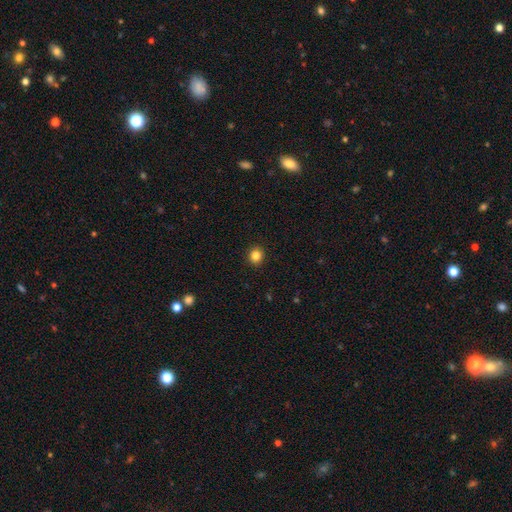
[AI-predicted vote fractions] This appears to be a smooth galaxy with no disk features (85%) that is round (86%). Merging: none (93%).